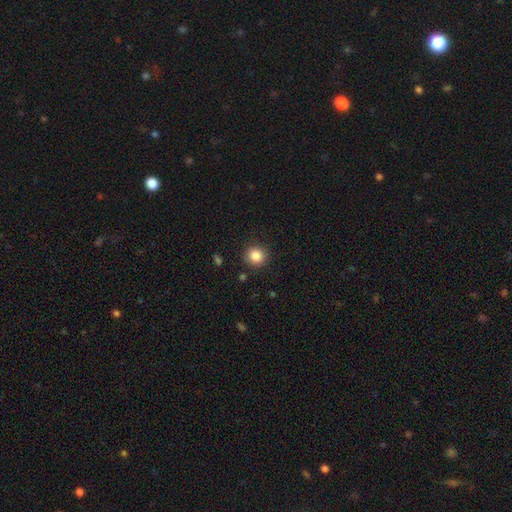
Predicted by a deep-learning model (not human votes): A smooth galaxy with no disk features (86%) that is round (88%). Merging: none (88%).